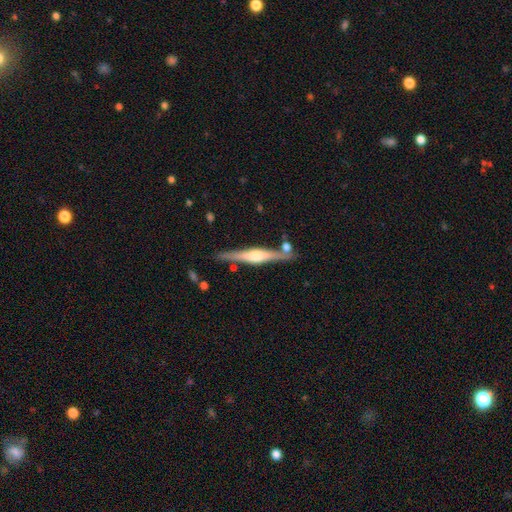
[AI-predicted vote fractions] The model was most divided on "smooth or featured": featured or disk: 73%, smooth: 22%, star or artifact: 6%. More confident: edge-on disk — yes (97%); edge-on bulge — rounded (81%); merging — none (80%).